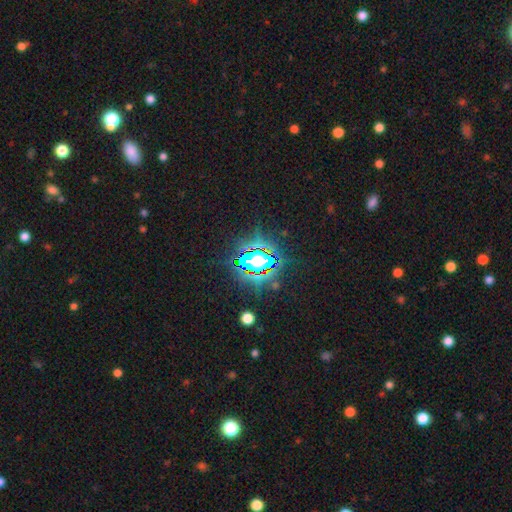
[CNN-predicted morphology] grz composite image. It shows a star or artifact, not a galaxy (82%).